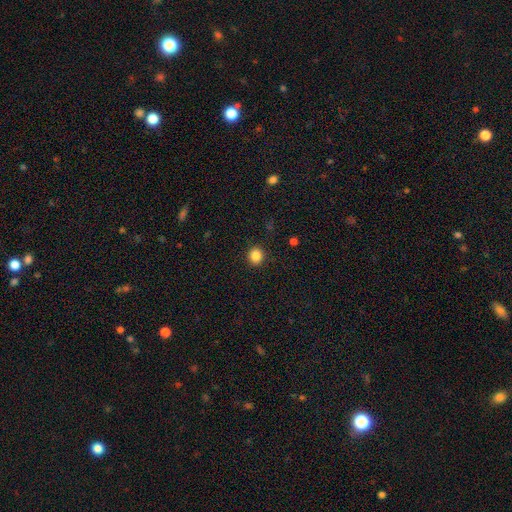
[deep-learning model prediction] smooth 85%, star or artifact 11%, featured or disk 4%. Down the decision tree: how rounded — round (86%); merging — none (91%).